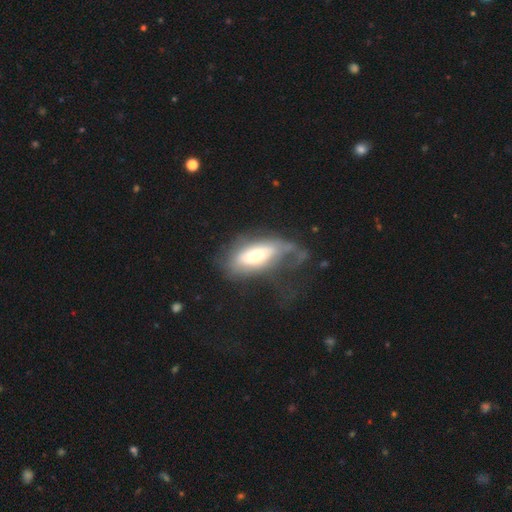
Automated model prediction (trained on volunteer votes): smooth 48%, featured or disk 45%, star or artifact 7%. Down the decision tree: merging — major disturbance (48%).